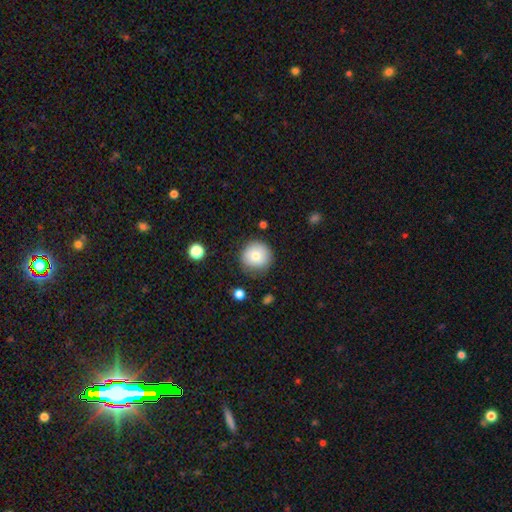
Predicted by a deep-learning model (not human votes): A smooth galaxy with no disk features (79%) that is round (94%). Merging: none (82%).